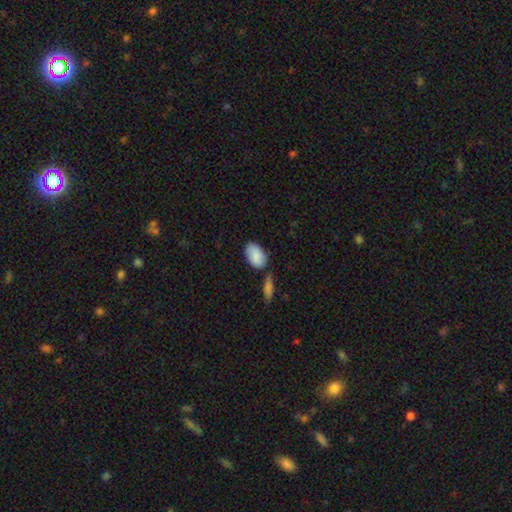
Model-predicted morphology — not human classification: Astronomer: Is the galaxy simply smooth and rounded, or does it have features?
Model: smooth — 88%.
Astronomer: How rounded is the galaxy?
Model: in between — 93%.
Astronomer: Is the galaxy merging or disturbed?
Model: none — 65%.